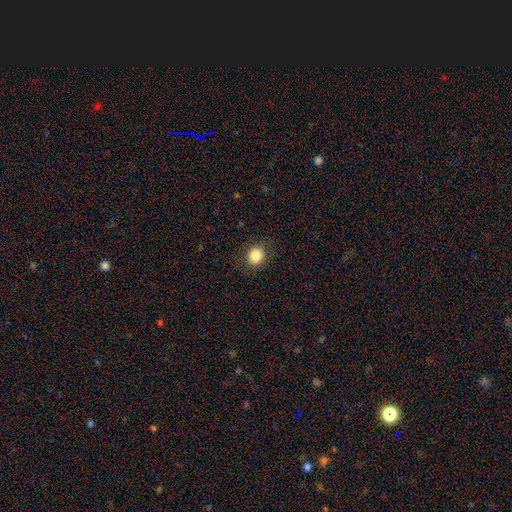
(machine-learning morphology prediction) Smooth or featured? smooth (84%)
How rounded? round (73%)
Merging? none (87%)